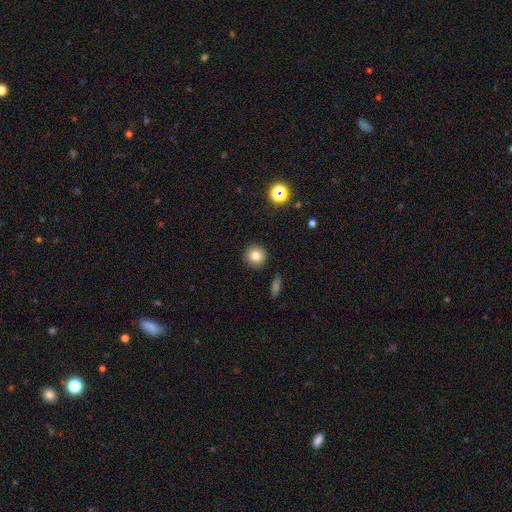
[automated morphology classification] smooth_or_featured: smooth (p=0.81) [alt: star or artifact p=0.11]
how_rounded: round (p=0.93) [alt: in between p=0.06]
merging: none (p=0.91) [alt: minor disturbance p=0.06]